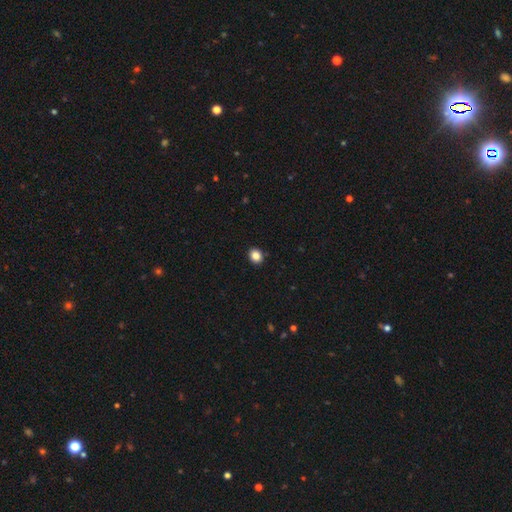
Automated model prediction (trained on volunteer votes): A smooth galaxy with no disk features (86%) that is round (61%).

Vote fractions:
- Smooth or featured? smooth: 86% / star or artifact: 10% / featured or disk: 4%
- How rounded? round: 61% / in between: 38% / cigar-shaped: 1%
- Merging? none: 91% / minor disturbance: 6% / major disturbance: 2% / merger: 1%